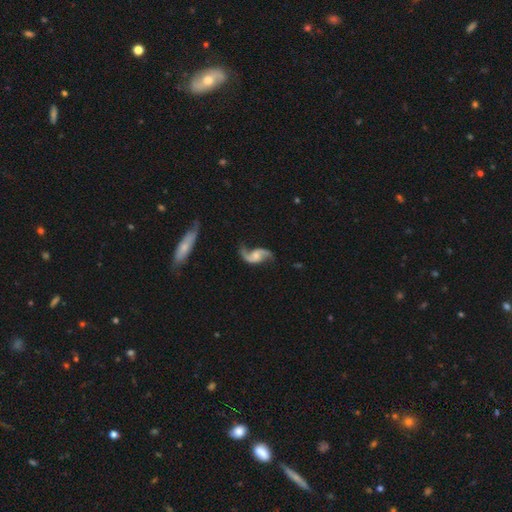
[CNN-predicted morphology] A featured or disk galaxy (90%) with no bar (54%), 2 (93%) loose (75%) spiral arms (97%) and a small central bulge (39%). Merging: none (72%).